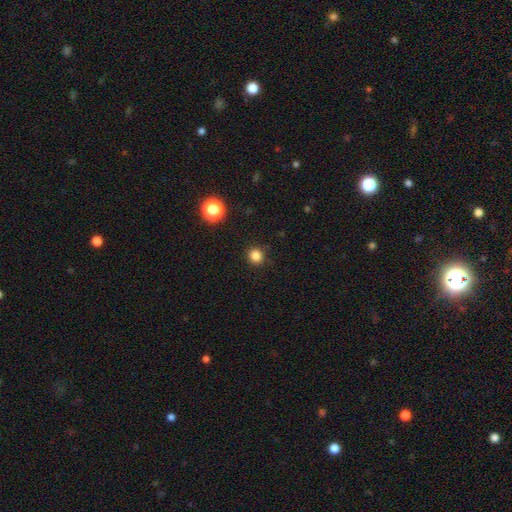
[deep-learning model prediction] This is clearly a smooth galaxy (83%). How rounded: clearly round (93%). Merging: clearly none (91%).